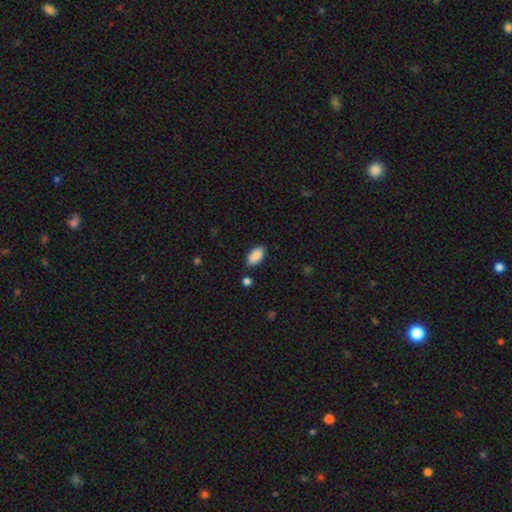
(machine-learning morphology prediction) type=smooth (90%); roundness=in between (94%); merging=none (84%).